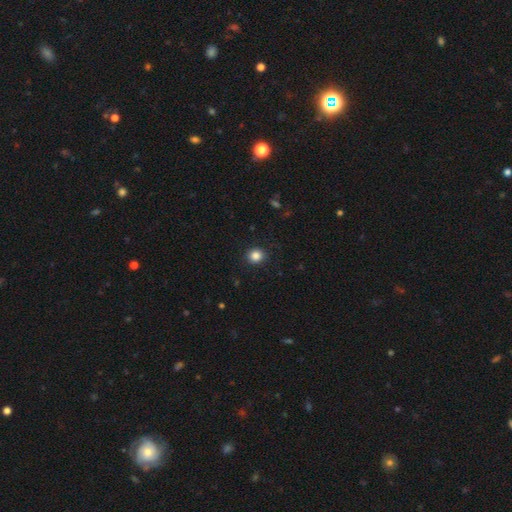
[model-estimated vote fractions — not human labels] Smooth or featured: smooth — 85% (star or artifact — 11%)
How rounded: round — 84% (in between — 15%)
Merging: none — 91% (minor disturbance — 6%)